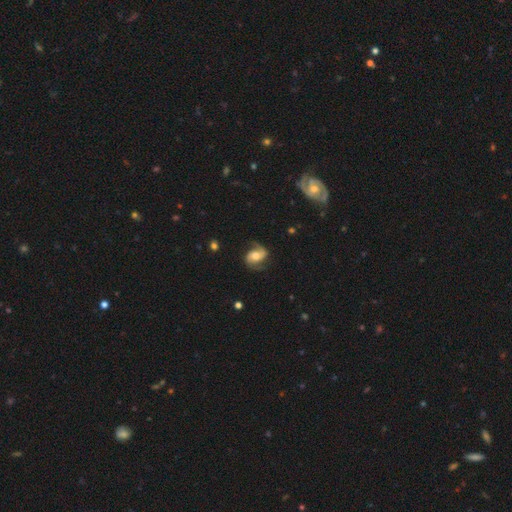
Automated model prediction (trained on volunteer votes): Smooth or featured?
  - featured or disk: 81% *
  - smooth: 13%
  - star or artifact: 6%
Edge-on disk?
  - no: 97% *
  - yes: 3%
Bar?
  - no: 47% *
  - weak: 37%
  - strong: 16%
Spiral arms?
  - yes: 96% *
  - no: 4%
Spiral winding?
  - medium: 47% *
  - loose: 37%
  - tight: 17%
Spiral arm count?
  - 2: 91% *
  - can't tell: 3%
  - 1: 3%
  - 3: 1%
  - 4: 1%
  - more than 4: 1%
Bulge size?
  - moderate: 58% *
  - small: 23%
  - large: 14%
  - none: 4%
  - dominant: 2%
Merging?
  - none: 75% *
  - minor disturbance: 16%
  - major disturbance: 8%
  - merger: 1%